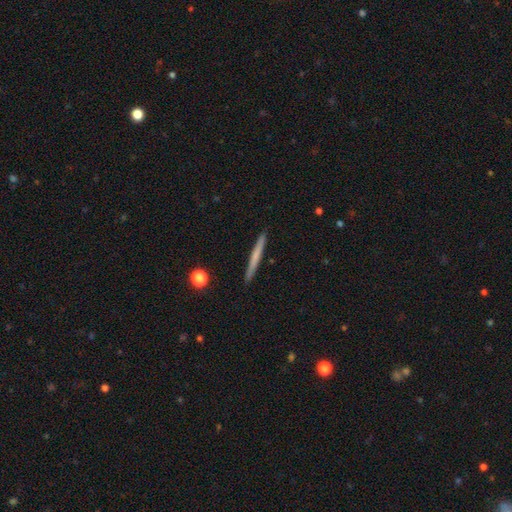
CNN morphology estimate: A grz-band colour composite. It shows a smooth galaxy with no disk features (58%) that is cigar-shaped (97%). Merging: none (92%).